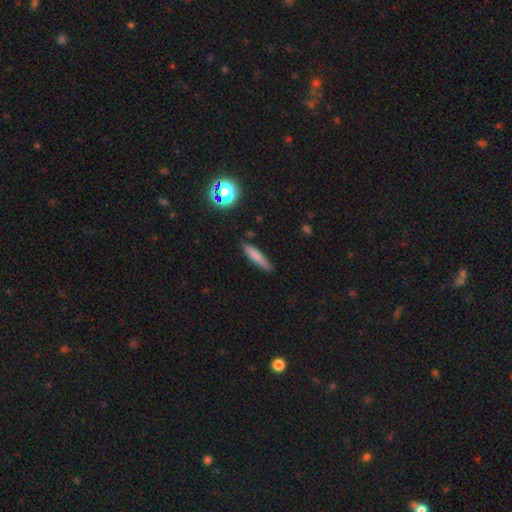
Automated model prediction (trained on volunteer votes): Morphology: type=smooth (76%); roundness=cigar-shaped (82%); merging=none (82%).